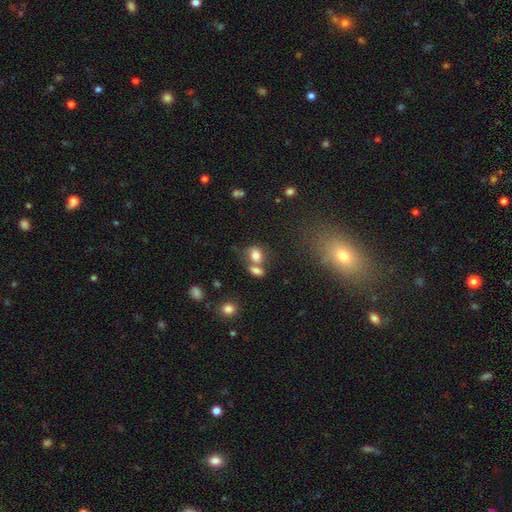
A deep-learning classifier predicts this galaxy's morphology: The model was most divided on "merging": merger: 45%, none: 39%, minor disturbance: 11%, major disturbance: 5%. More confident: smooth or featured — smooth (77%); how rounded — in between (62%).